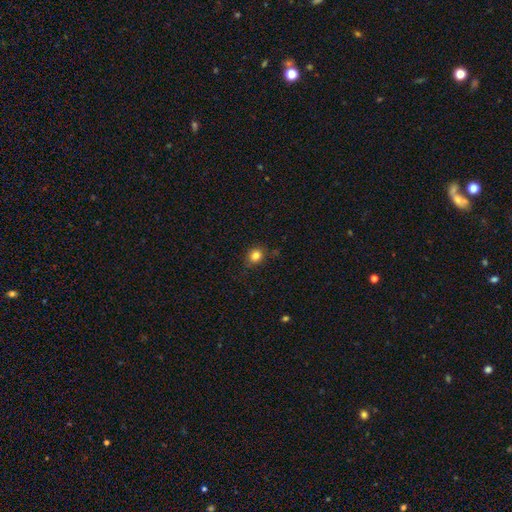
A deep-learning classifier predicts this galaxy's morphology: smooth 82%, star or artifact 12%, featured or disk 5%. Down the decision tree: how rounded — round (80%); merging — none (81%).